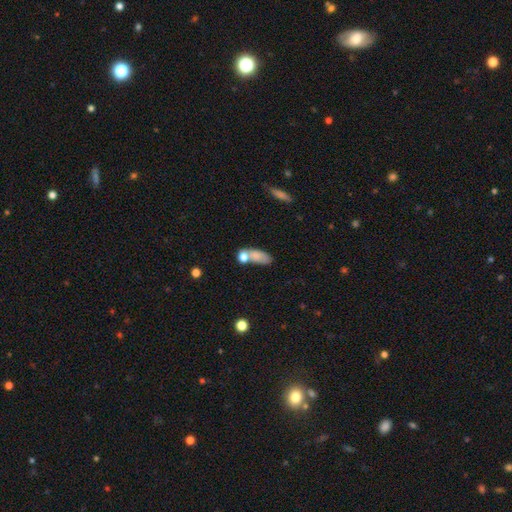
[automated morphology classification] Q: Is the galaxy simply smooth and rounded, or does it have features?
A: smooth — 75%.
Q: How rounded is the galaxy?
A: in between — 74%.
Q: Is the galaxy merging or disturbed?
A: none — 40%.